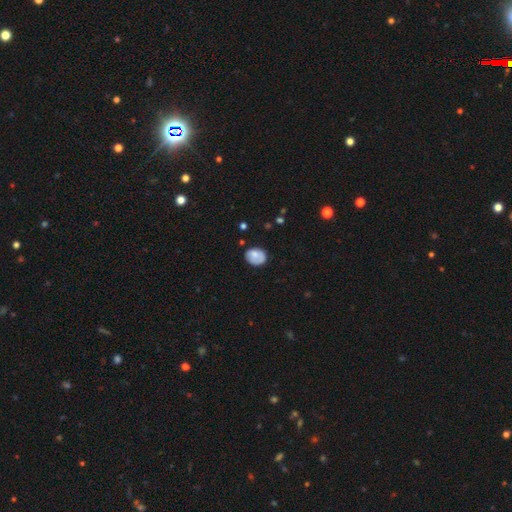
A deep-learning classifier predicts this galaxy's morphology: smooth-or-featured: smooth: 72% | featured or disk: 20% | star or artifact: 8%
  how-rounded: in between: 52% | round: 47% | cigar-shaped: 1%
  merging: none: 66% | minor disturbance: 25% | major disturbance: 7% | merger: 3%